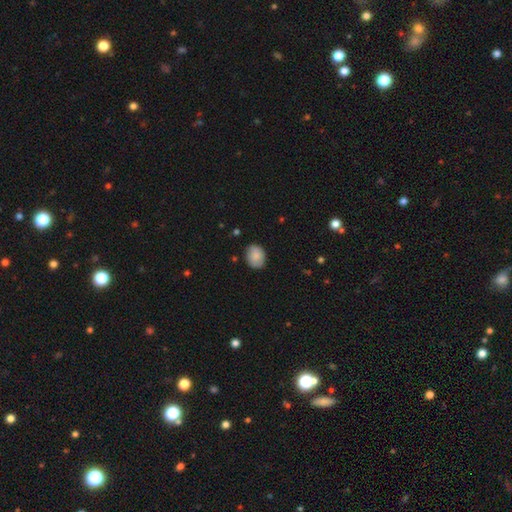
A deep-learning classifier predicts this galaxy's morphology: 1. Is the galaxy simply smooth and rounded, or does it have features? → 81% smooth, 12% featured or disk, 7% star or artifact.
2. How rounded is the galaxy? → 60% in between, 39% round, 1% cigar-shaped.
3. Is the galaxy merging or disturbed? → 81% none, 15% minor disturbance, 3% major disturbance, 1% merger.